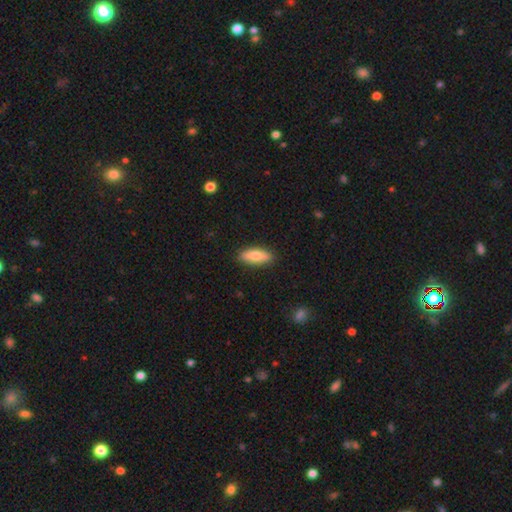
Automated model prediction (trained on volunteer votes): The model was most divided on "how rounded": in between: 69%, cigar-shaped: 29%, round: 2%. More confident: merging — none (88%); smooth or featured — smooth (77%).